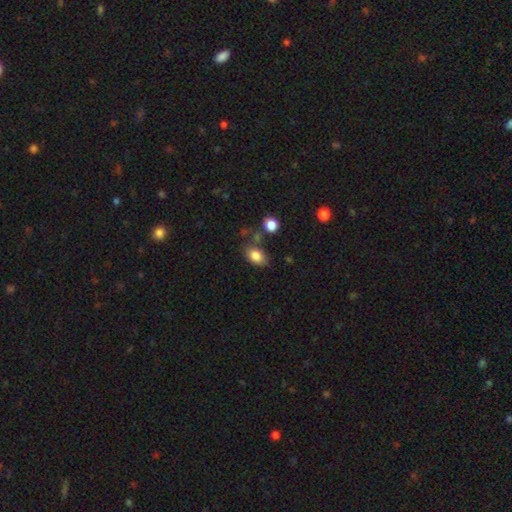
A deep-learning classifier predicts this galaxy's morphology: Overall: smooth (83%). How rounded: in between (82%). Merging: none (65%).